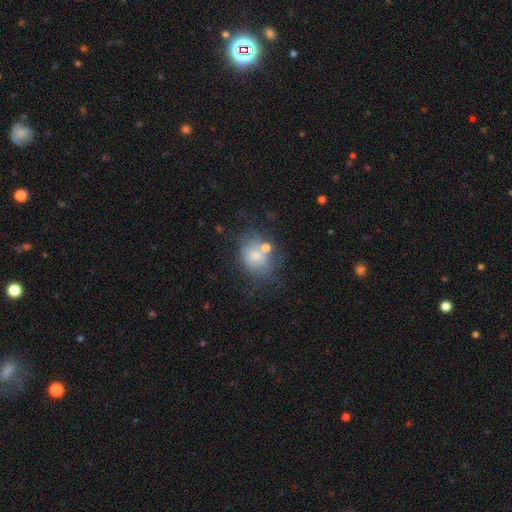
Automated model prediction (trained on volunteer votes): Smooth or featured? smooth (56%)
How rounded? round (50%)
Merging? none (40%)